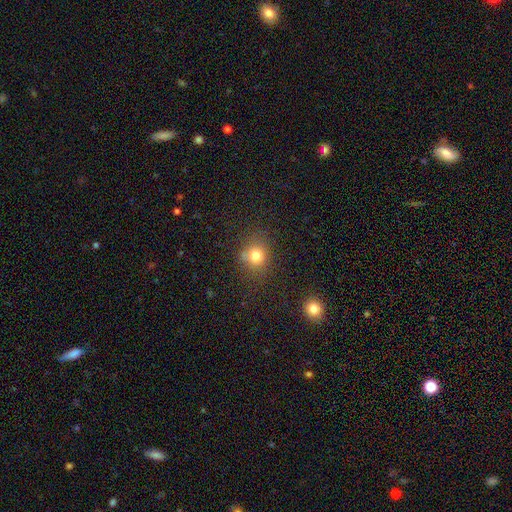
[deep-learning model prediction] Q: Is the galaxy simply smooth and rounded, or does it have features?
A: smooth — 78%.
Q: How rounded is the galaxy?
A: round — 78%.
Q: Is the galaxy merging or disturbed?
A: none — 72%.